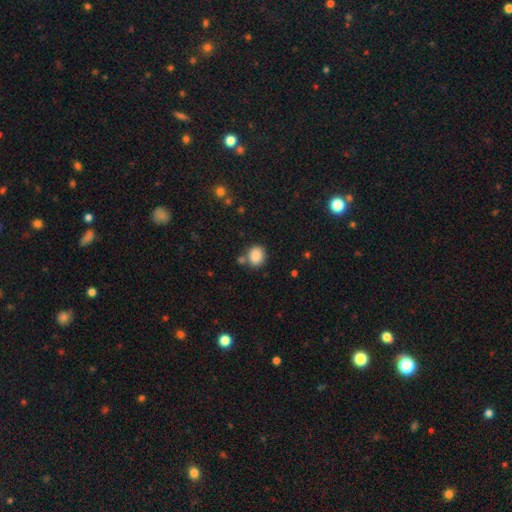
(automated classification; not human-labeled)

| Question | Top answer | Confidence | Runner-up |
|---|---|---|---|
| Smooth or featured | smooth | 87% | star or artifact (9%) |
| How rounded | round | 67% | in between (32%) |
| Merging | none | 71% | minor disturbance (13%) |